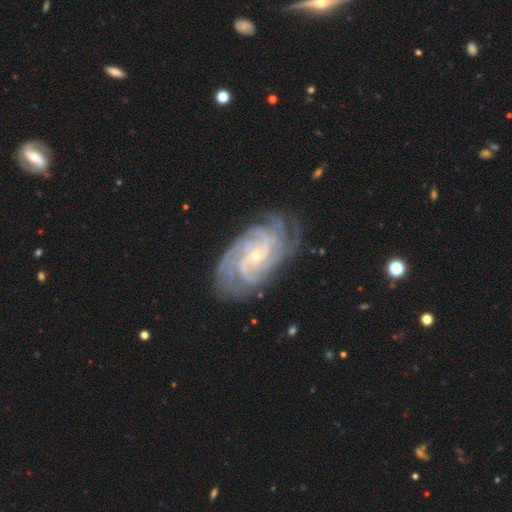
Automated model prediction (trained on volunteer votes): featured or disk 91%, star or artifact 5%, smooth 4%. Down the decision tree: edge-on disk — no (97%); bar — no (63%); spiral arms — yes (98%); spiral arm count — 4 (29%); spiral winding — tight (72%); bulge size — small (79%); merging — none (77%).